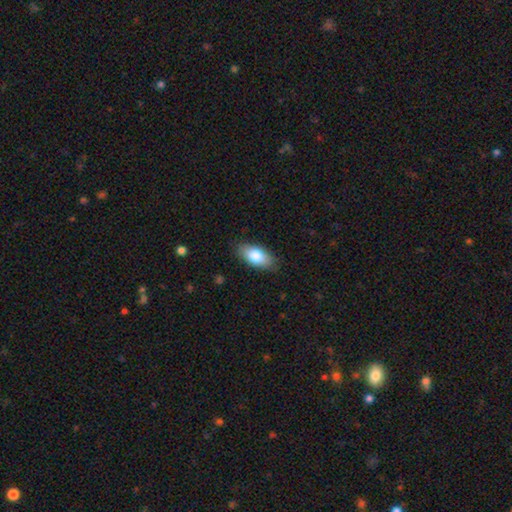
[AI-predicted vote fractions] Q: Smooth or featured?
A: smooth (80%); runner-up: featured or disk (14%)
Q: How rounded?
A: in between (89%); runner-up: cigar-shaped (7%)
Q: Merging?
A: none (85%); runner-up: minor disturbance (11%)